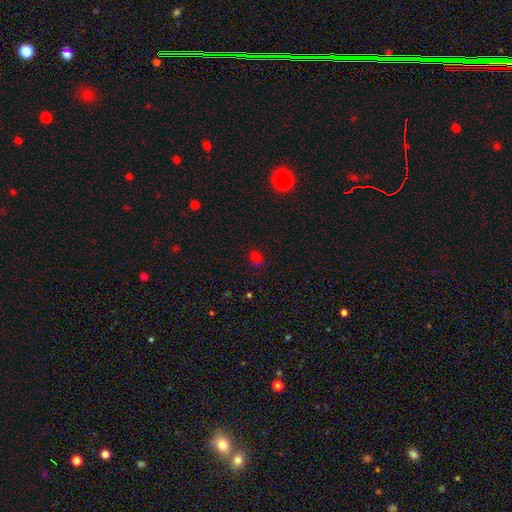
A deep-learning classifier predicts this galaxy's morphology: This appears to be a smooth galaxy with no disk features (61%) that is in between round and cigar-shaped (65%). Merging: none (77%).